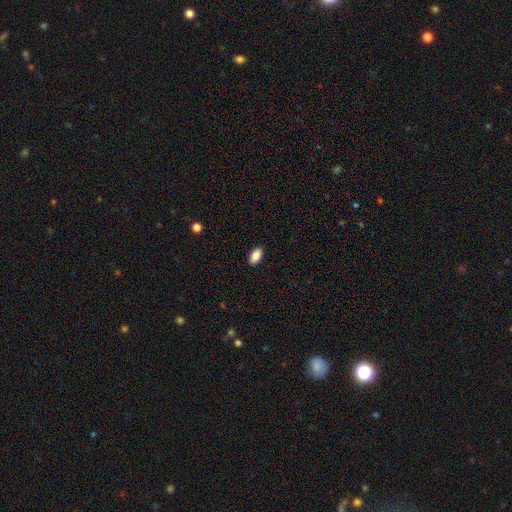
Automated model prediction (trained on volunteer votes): Smooth or featured? Predicted: smooth (p=0.88). How rounded? Predicted: in between (p=0.93). Merging? Predicted: none (p=0.90).